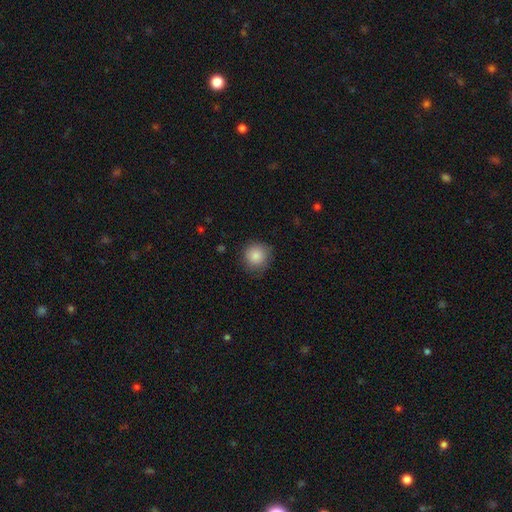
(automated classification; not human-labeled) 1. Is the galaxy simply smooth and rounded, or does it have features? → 86% smooth, 9% star or artifact, 5% featured or disk.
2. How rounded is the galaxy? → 93% round, 6% in between, 1% cigar-shaped.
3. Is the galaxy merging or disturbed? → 80% none, 16% minor disturbance, 4% major disturbance, 1% merger.